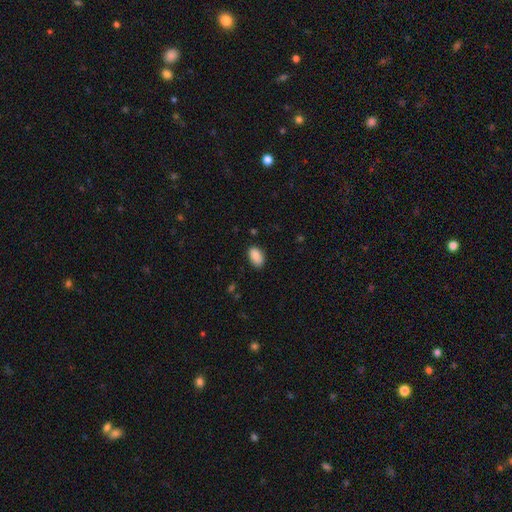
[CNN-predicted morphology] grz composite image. It shows a smooth galaxy with no disk features (89%) that is in between round and cigar-shaped (93%). Merging: none (82%).